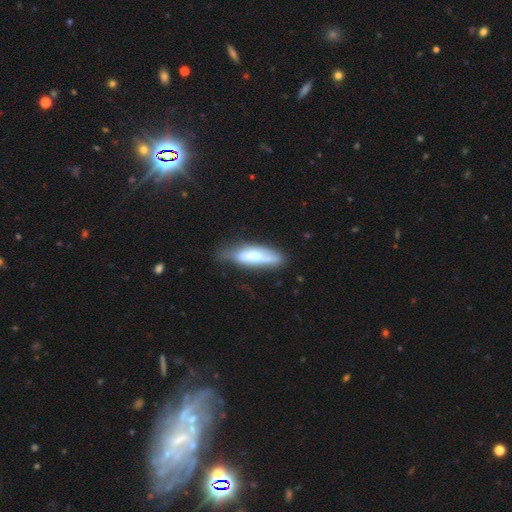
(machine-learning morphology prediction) The model was most divided on "how rounded": cigar-shaped: 50%, in between: 48%, round: 2%. More confident: smooth or featured — smooth (54%); merging — none (52%).